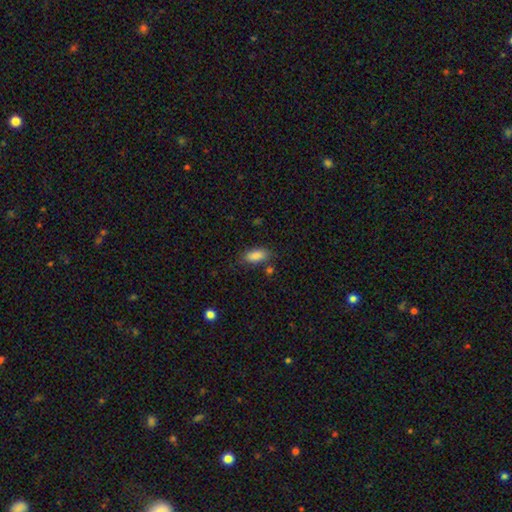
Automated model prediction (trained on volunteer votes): The model was most divided on "merging": none: 77%, minor disturbance: 14%, merger: 4%, major disturbance: 4%. More confident: smooth or featured — smooth (88%); how rounded — in between (87%).